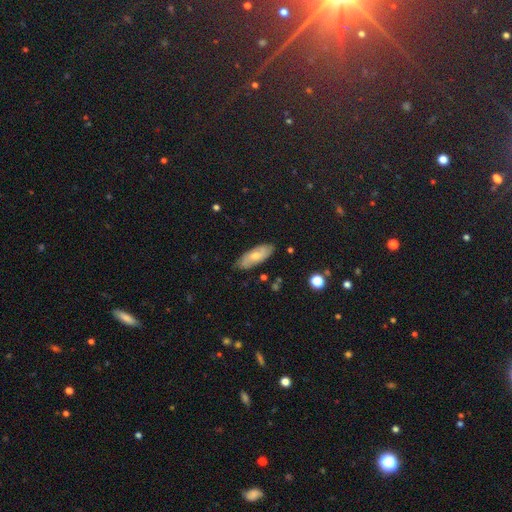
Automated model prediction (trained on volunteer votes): The model was most divided on "smooth or featured": smooth: 52%, featured or disk: 41%, star or artifact: 7%. More confident: merging — none (82%); how rounded — in between (74%).